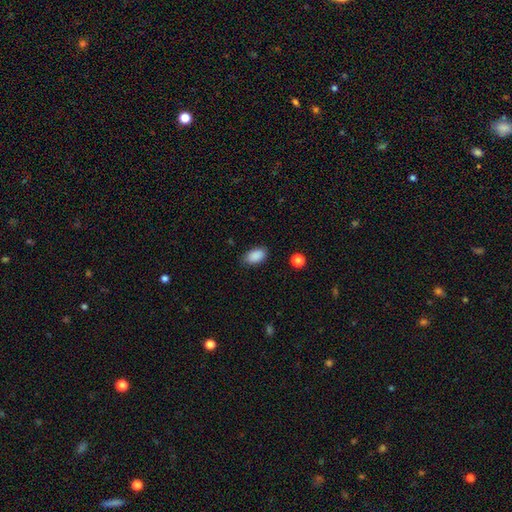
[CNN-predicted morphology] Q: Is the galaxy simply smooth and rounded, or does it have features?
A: smooth — 89%.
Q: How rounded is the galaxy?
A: in between — 92%.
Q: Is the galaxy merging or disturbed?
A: none — 82%.